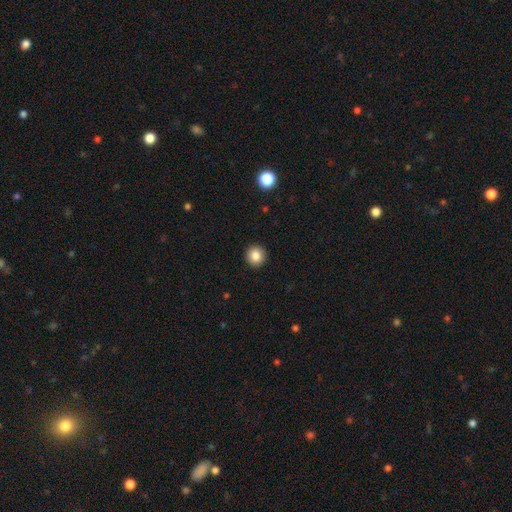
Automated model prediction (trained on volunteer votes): The model was most divided on "smooth or featured": smooth: 85%, star or artifact: 10%, featured or disk: 5%. More confident: how rounded — round (94%); merging — none (93%).